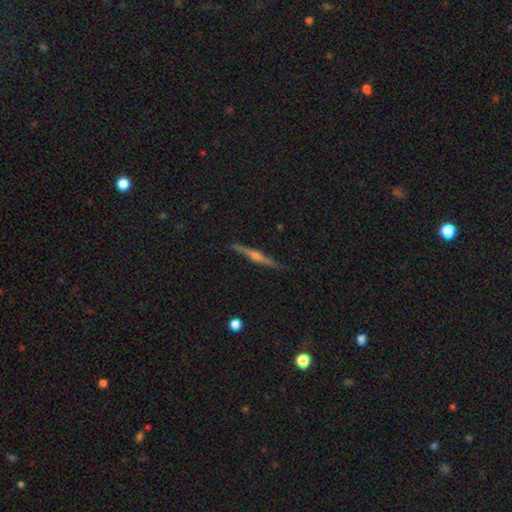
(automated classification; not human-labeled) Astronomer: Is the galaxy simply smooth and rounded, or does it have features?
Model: featured or disk — 76%.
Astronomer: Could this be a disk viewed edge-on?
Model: yes — 98%.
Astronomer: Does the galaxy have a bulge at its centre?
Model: rounded — 82%.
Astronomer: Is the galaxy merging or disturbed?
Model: none — 88%.